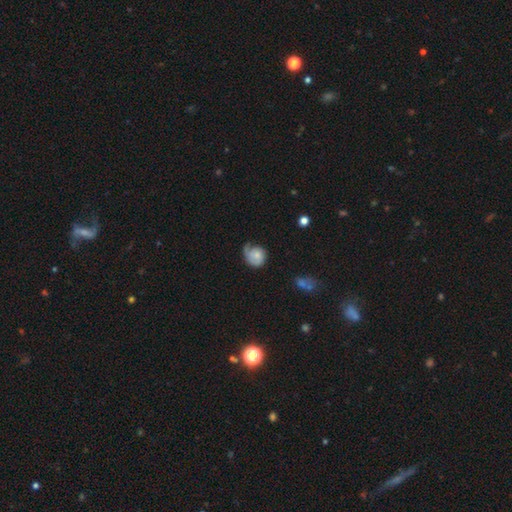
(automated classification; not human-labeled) The model was most divided on "smooth or featured": smooth: 47%, featured or disk: 46%, star or artifact: 7%. Remaining: merging — none (39%).